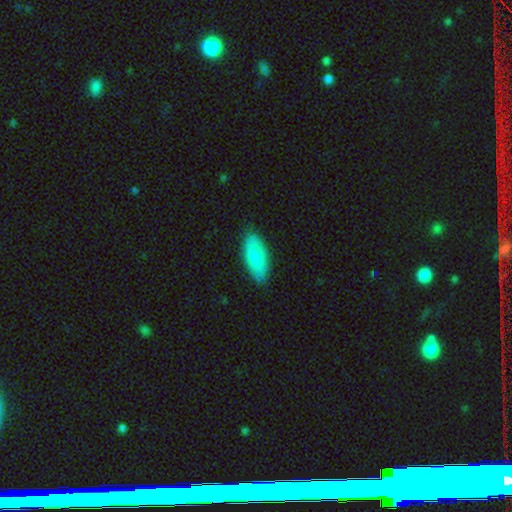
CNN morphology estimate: Smooth or featured? Predicted: smooth (p=0.79). How rounded? Predicted: in between (p=0.86). Merging? Predicted: none (p=0.83).